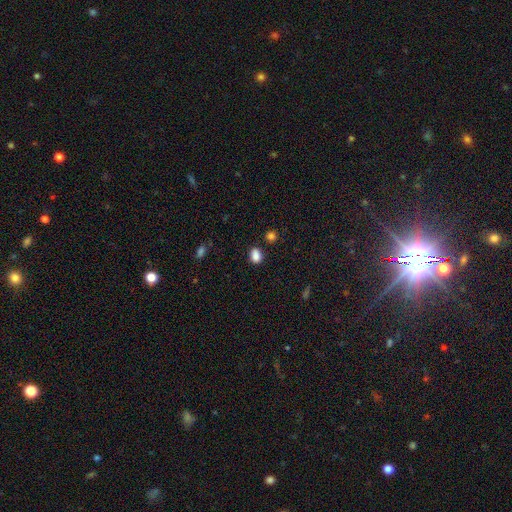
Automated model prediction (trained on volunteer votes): Smooth or featured? smooth (85%)
How rounded? in between (67%)
Merging? none (79%)